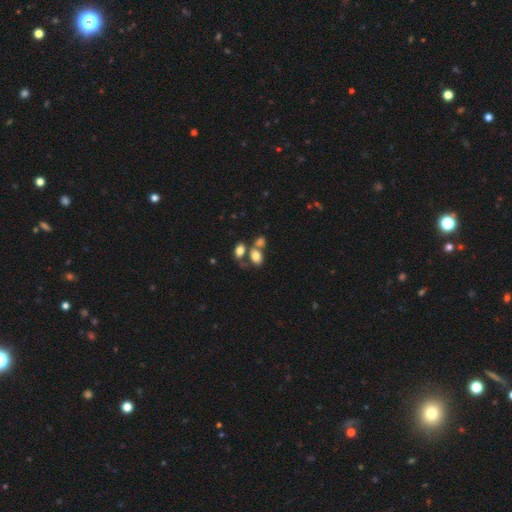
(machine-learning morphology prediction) type=smooth (76%); roundness=in between (80%); merging=merger (46%).